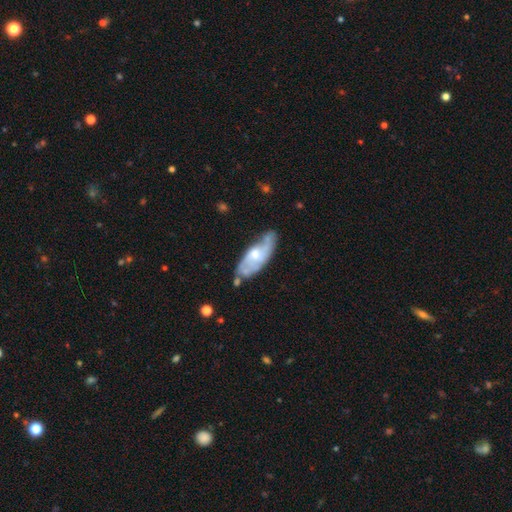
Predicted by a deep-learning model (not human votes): smooth_or_featured: featured or disk (p=0.61) [alt: smooth p=0.34]
disk_edge_on: no (p=0.85) [alt: yes p=0.15]
bar: no (p=0.60) [alt: weak p=0.35]
has_spiral_arms: yes (p=0.77) [alt: no p=0.23]
bulge_size: moderate (p=0.54) [alt: small p=0.32]
merging: none (p=0.51) [alt: minor disturbance p=0.28]